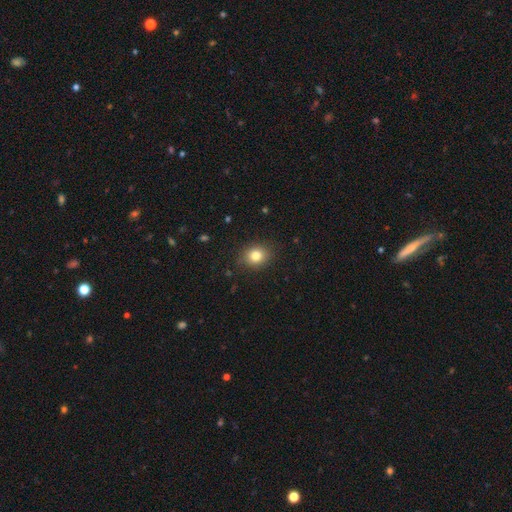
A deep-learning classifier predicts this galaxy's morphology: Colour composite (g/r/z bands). It shows a smooth galaxy with no disk features (81%) that is round (65%). Merging: none (87%).